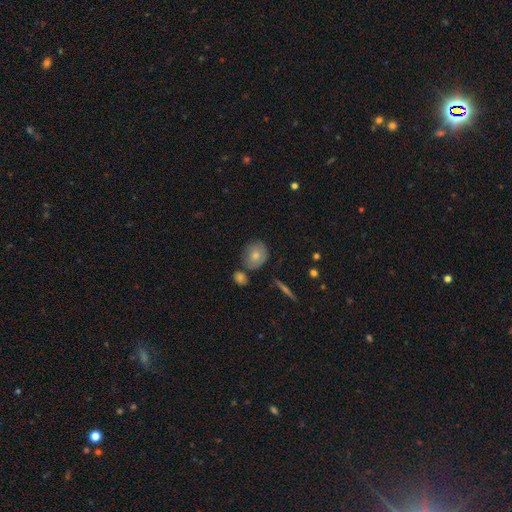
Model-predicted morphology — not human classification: smooth 71%, featured or disk 21%, star or artifact 9%. Down the decision tree: how rounded — round (67%); merging — none (68%).